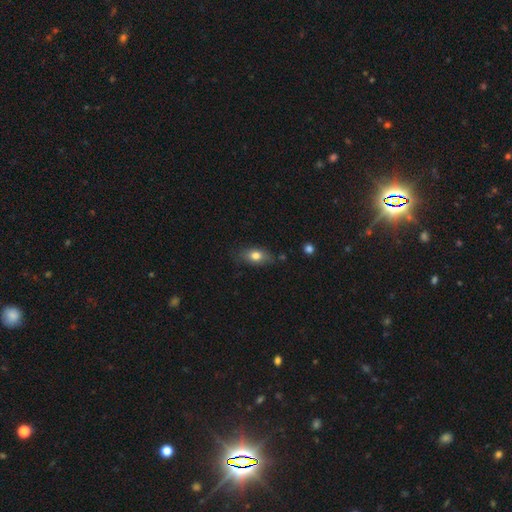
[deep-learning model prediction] Overall: smooth (76%). How rounded: in between (82%). Merging: none (74%).